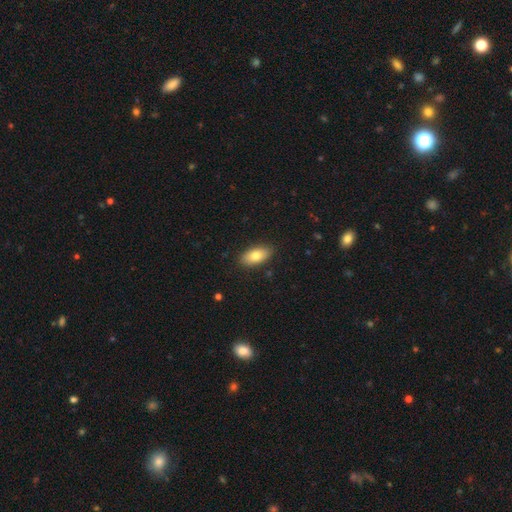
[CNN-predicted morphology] Smooth or featured: smooth — 79% (featured or disk — 14%)
How rounded: in between — 90% (cigar-shaped — 6%)
Merging: none — 88% (minor disturbance — 9%)